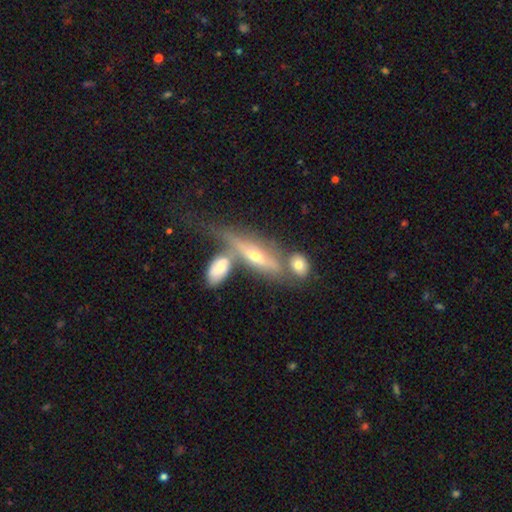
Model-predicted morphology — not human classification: The model was most divided on "merging": none: 38%, merger: 36%, minor disturbance: 16%, major disturbance: 10%. More confident: edge-on disk — yes (76%); smooth or featured — featured or disk (65%).